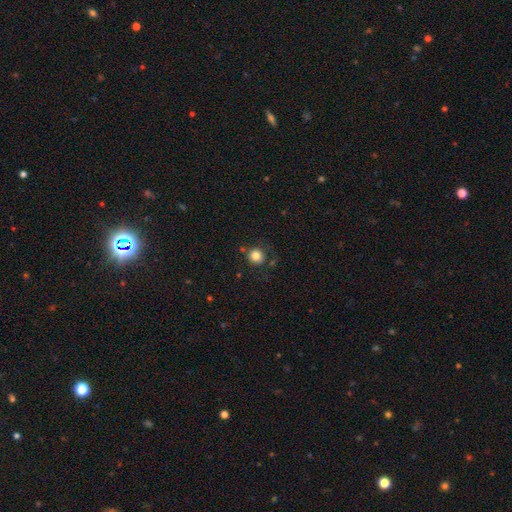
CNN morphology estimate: Overall: smooth (82%). How rounded: round (89%). Merging: none (78%).